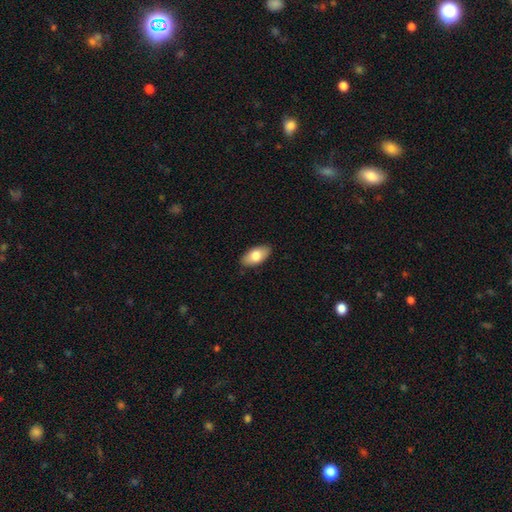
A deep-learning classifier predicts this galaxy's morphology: smooth 79%, featured or disk 15%, star or artifact 6%. Down the decision tree: how rounded — in between (94%); merging — none (88%).